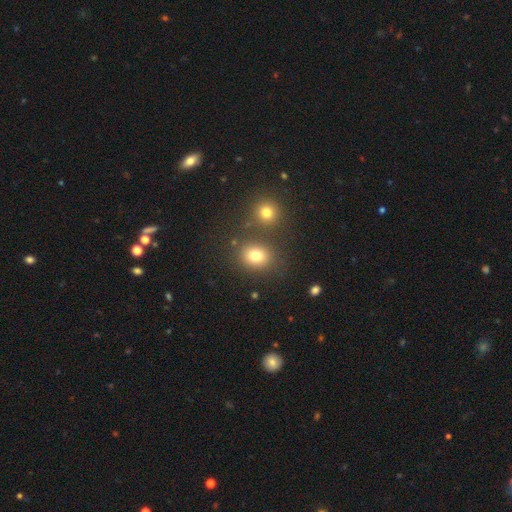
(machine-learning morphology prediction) This is likely a smooth galaxy (78%). How rounded: likely round (62%). Merging: likely none (74%).